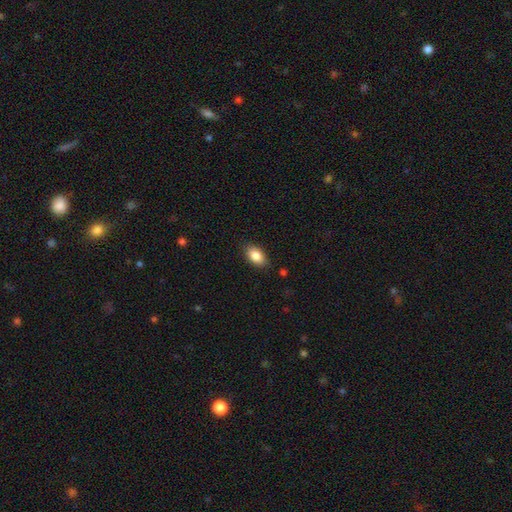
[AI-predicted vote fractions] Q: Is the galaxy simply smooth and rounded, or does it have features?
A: smooth — 86%.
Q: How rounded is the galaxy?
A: in between — 91%.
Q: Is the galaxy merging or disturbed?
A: none — 86%.